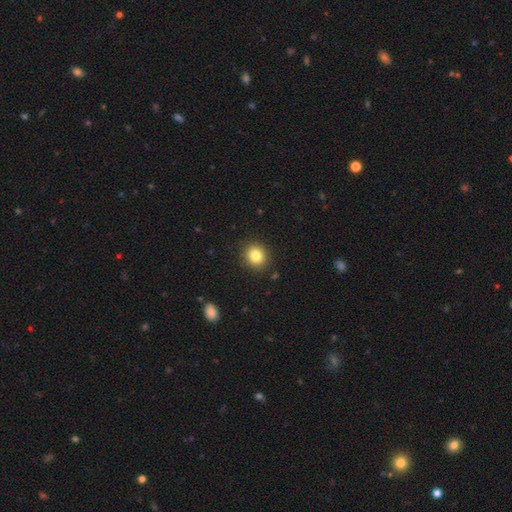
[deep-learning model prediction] Overall: smooth (83%). How rounded: round (86%). Merging: none (91%).